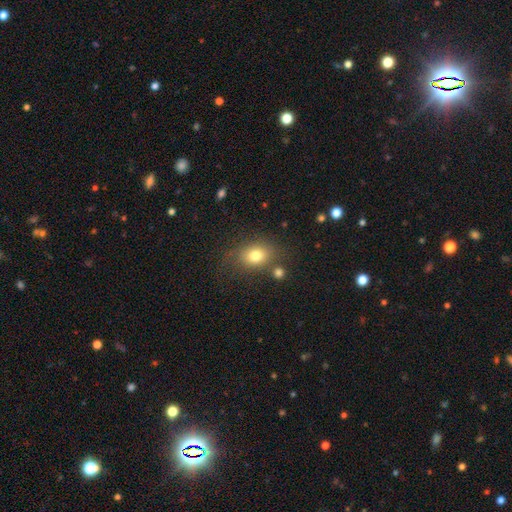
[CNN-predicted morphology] A smooth galaxy with no disk features (76%) that is in between round and cigar-shaped (62%).

Vote fractions:
- Smooth or featured? smooth: 76% / featured or disk: 12% / star or artifact: 12%
- How rounded? in between: 62% / round: 37% / cigar-shaped: 1%
- Merging? none: 70% / minor disturbance: 16% / merger: 8% / major disturbance: 7%